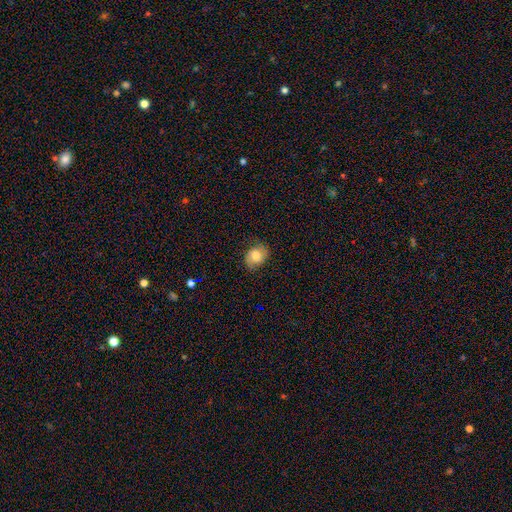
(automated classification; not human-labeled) Smooth or featured? Predicted: smooth (p=0.50). Merging? Predicted: none (p=0.73).